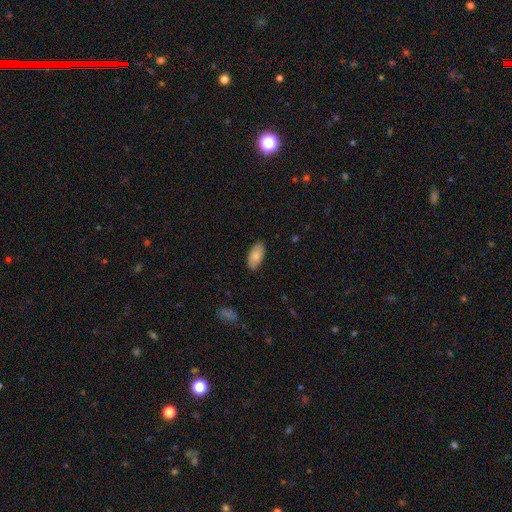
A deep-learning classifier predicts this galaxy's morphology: A smooth galaxy with no disk features (85%) that is in between round and cigar-shaped (93%).

Vote fractions:
- Smooth or featured? smooth: 85% / featured or disk: 9% / star or artifact: 6%
- How rounded? in between: 93% / cigar-shaped: 5% / round: 2%
- Merging? none: 88% / minor disturbance: 9% / major disturbance: 2% / merger: 1%